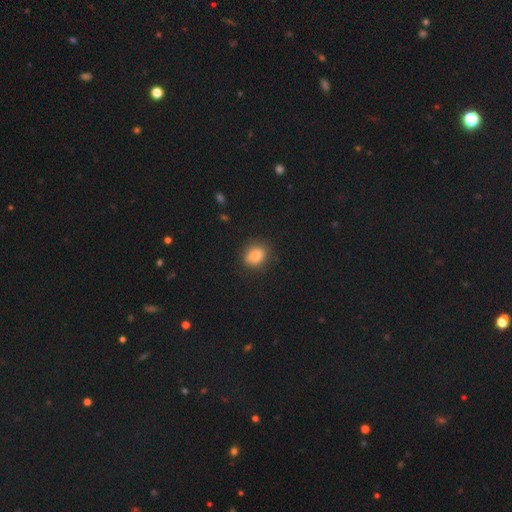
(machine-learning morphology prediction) Smooth or featured? Predicted: smooth (p=0.80). How rounded? Predicted: round (p=0.51). Merging? Predicted: none (p=0.81).